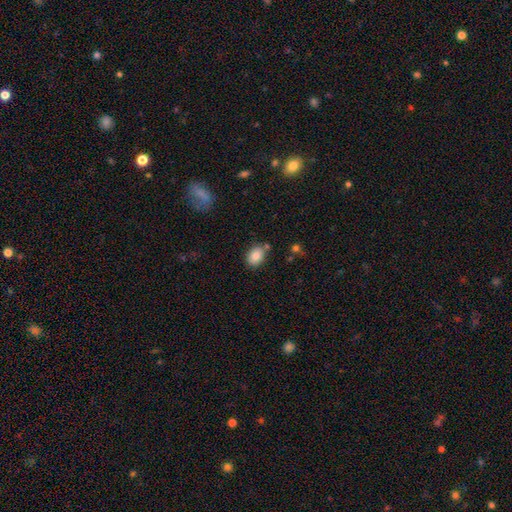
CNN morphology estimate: Smooth or featured? smooth (83%)
How rounded? in between (69%)
Merging? none (74%)